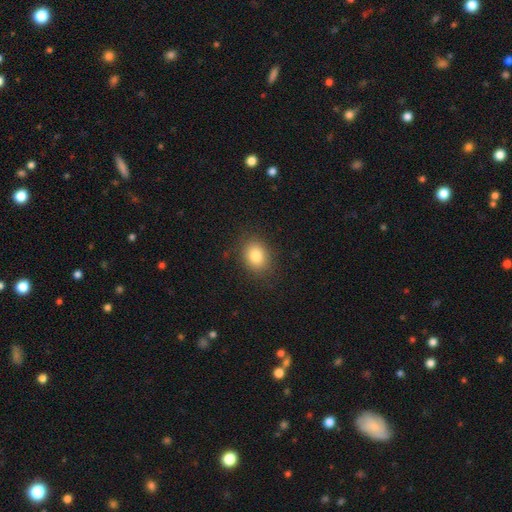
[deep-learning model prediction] smooth_or_featured: smooth (p=0.83) [alt: star or artifact p=0.10]
how_rounded: in between (p=0.52) [alt: round p=0.47]
merging: none (p=0.86) [alt: minor disturbance p=0.10]